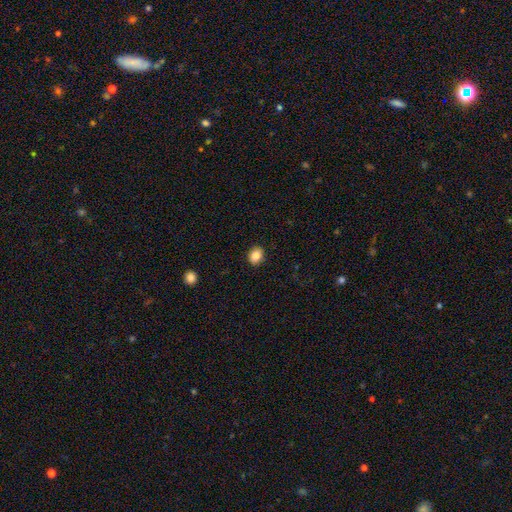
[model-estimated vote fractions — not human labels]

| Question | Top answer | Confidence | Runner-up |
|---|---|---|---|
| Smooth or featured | smooth | 86% | star or artifact (9%) |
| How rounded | in between | 58% | round (41%) |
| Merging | none | 89% | minor disturbance (8%) |